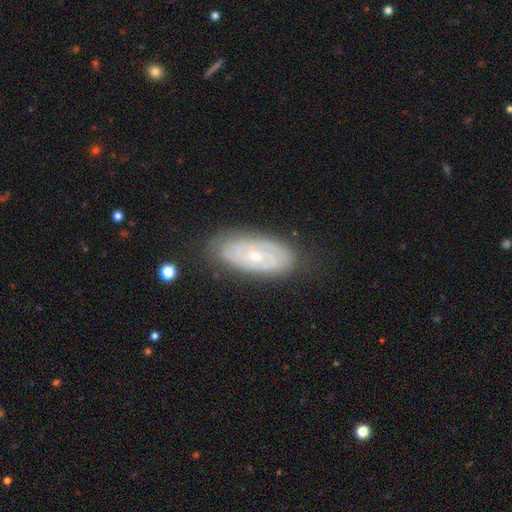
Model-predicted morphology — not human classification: This is likely a featured or disk galaxy (74%). It is clearly not viewed edge-on (92%). Bar: likely no (70%). Spiral arm pattern: likely yes (80%). Spiral arm count: marginally can't tell (44%). Spiral winding: likely tight (71%). Central bulge: likely small (63%). Merging: likely none (79%).